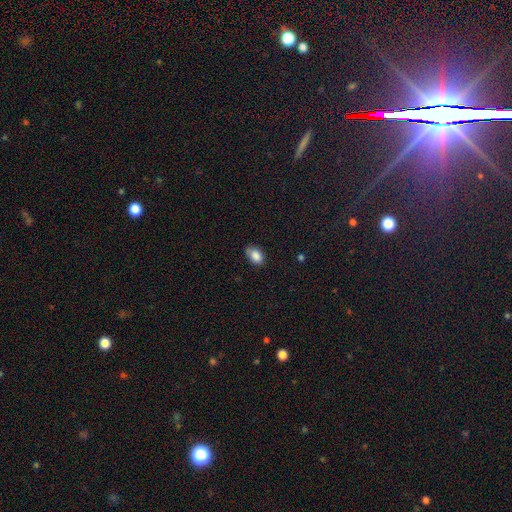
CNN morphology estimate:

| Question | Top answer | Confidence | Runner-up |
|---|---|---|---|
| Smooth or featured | smooth | 86% | star or artifact (8%) |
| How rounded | in between | 85% | round (13%) |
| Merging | none | 65% | minor disturbance (28%) |